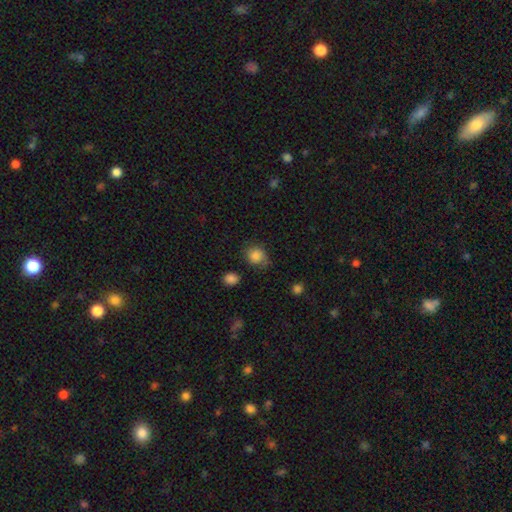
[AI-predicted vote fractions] Smooth or featured? Predicted: smooth (p=0.81). How rounded? Predicted: round (p=0.71). Merging? Predicted: none (p=0.58).